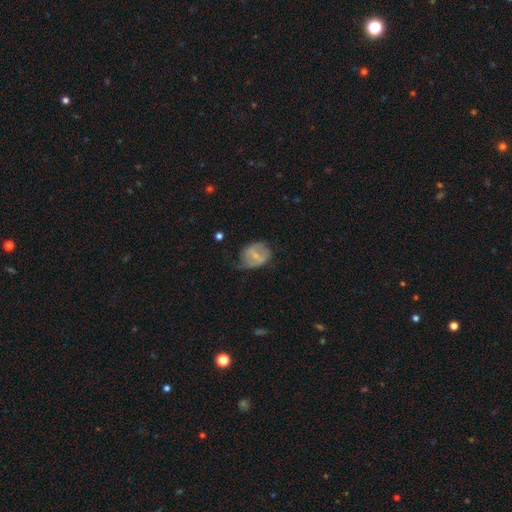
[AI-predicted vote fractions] smooth-or-featured: featured or disk: 50% | smooth: 42% | star or artifact: 7%
  disk-edge-on: no: 95% | yes: 5%
  merging: none: 43% | minor disturbance: 35% | major disturbance: 20% | merger: 2%